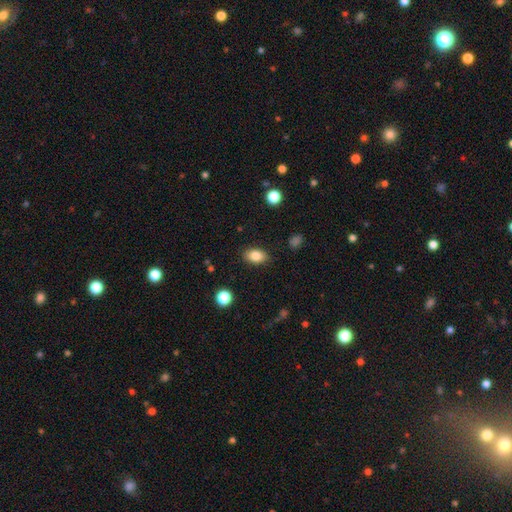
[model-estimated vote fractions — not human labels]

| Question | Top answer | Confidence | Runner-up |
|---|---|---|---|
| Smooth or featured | smooth | 85% | star or artifact (9%) |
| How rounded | in between | 86% | round (12%) |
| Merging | none | 86% | minor disturbance (10%) |